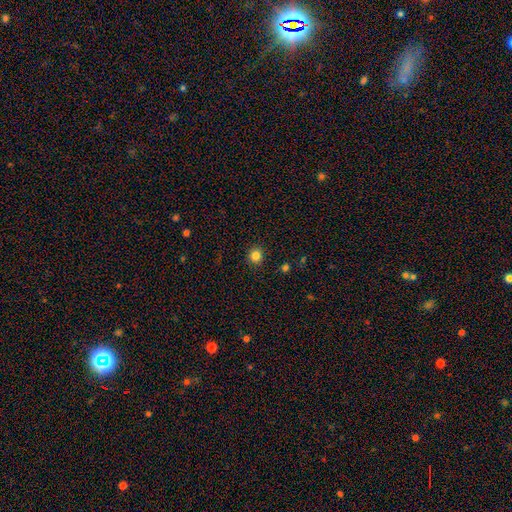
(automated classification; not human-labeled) The model was most divided on "smooth or featured": smooth: 83%, star or artifact: 12%, featured or disk: 5%. More confident: merging — none (91%); how rounded — round (90%).